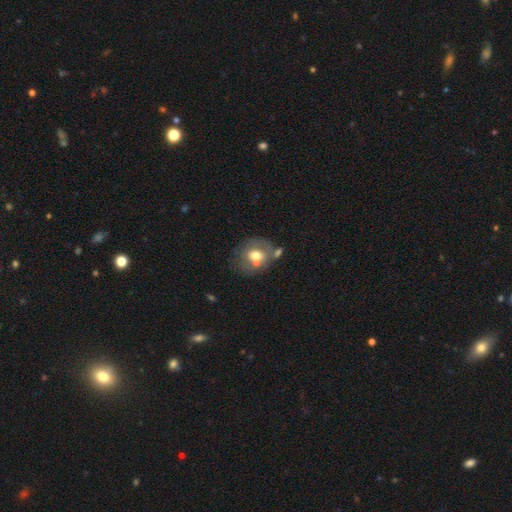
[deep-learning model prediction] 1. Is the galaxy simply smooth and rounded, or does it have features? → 52% smooth, 39% featured or disk, 8% star or artifact.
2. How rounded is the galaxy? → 54% round, 45% in between, 1% cigar-shaped.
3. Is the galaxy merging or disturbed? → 45% none, 26% merger, 19% minor disturbance, 9% major disturbance.